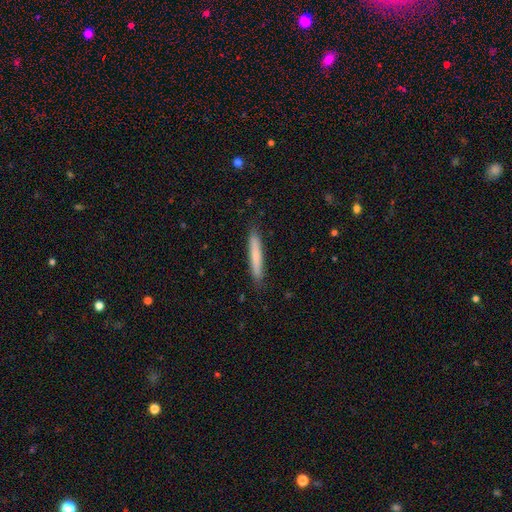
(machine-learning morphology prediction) A smooth galaxy with no disk features (75%) that is cigar-shaped (95%). Merging: none (88%).